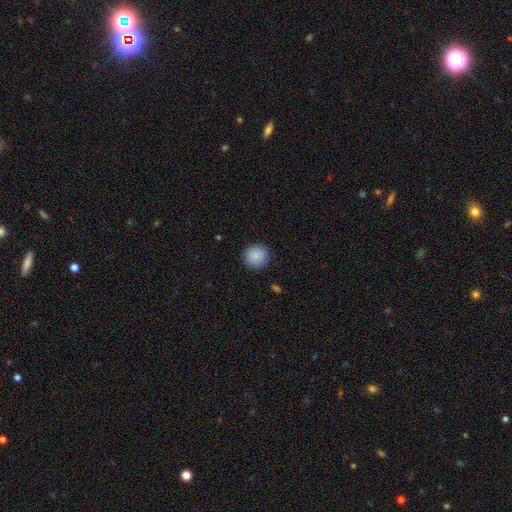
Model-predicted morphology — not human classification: Q: Smooth or featured?
A: smooth (89%); runner-up: star or artifact (8%)
Q: How rounded?
A: round (91%); runner-up: in between (8%)
Q: Merging?
A: none (87%); runner-up: minor disturbance (9%)